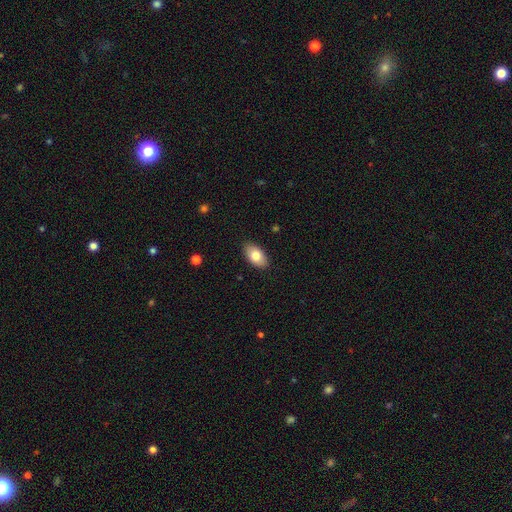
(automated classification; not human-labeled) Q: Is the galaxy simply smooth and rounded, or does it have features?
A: smooth — 80%.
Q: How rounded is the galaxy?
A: in between — 94%.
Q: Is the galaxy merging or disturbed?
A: none — 87%.